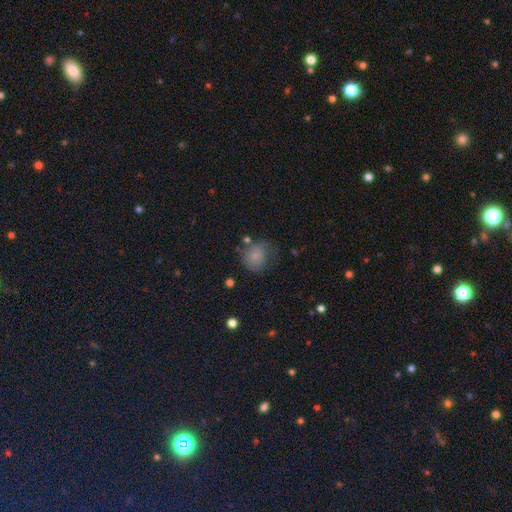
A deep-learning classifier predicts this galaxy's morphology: smooth_or_featured: smooth (p=0.78) [alt: featured or disk p=0.13]
how_rounded: round (p=0.77) [alt: in between p=0.22]
merging: none (p=0.52) [alt: minor disturbance p=0.28]